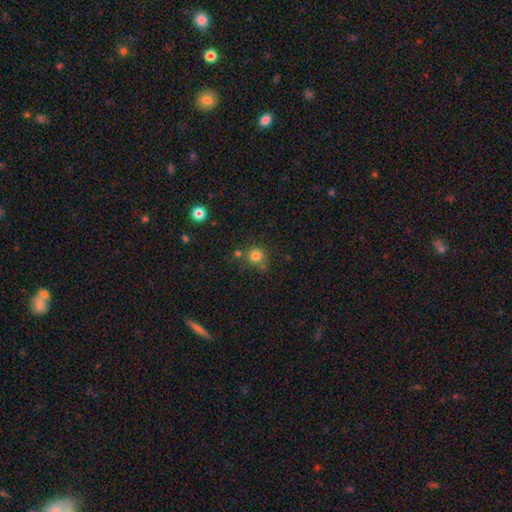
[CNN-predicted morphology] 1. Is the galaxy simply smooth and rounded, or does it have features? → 79% smooth, 14% star or artifact, 6% featured or disk.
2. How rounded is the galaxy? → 92% round, 7% in between, 1% cigar-shaped.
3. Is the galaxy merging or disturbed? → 71% none, 13% merger, 12% minor disturbance, 4% major disturbance.